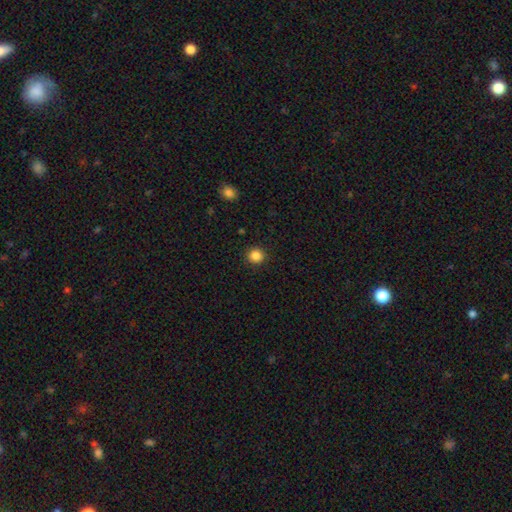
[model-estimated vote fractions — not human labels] smooth 85%, star or artifact 11%, featured or disk 3%. Down the decision tree: how rounded — round (94%); merging — none (92%).